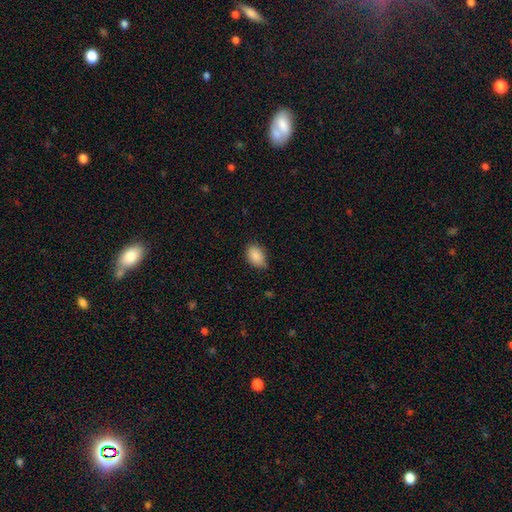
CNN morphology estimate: This is clearly a smooth galaxy (88%). How rounded: clearly in between (86%). Merging: likely none (68%).